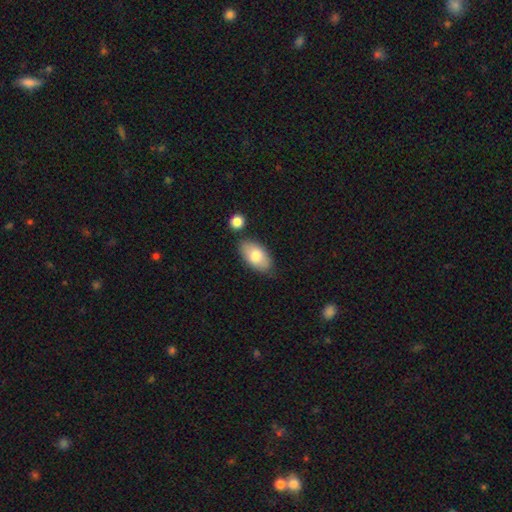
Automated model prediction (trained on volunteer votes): A smooth galaxy with no disk features (77%) that is in between round and cigar-shaped (94%). Merging: none (75%).